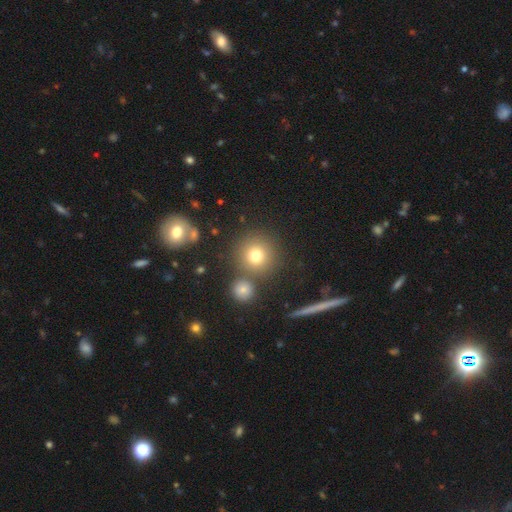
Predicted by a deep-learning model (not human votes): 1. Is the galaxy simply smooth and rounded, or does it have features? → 76% smooth, 14% star or artifact, 10% featured or disk.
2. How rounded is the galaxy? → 93% round, 6% in between, 1% cigar-shaped.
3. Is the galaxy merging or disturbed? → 77% none, 12% merger, 8% minor disturbance, 3% major disturbance.